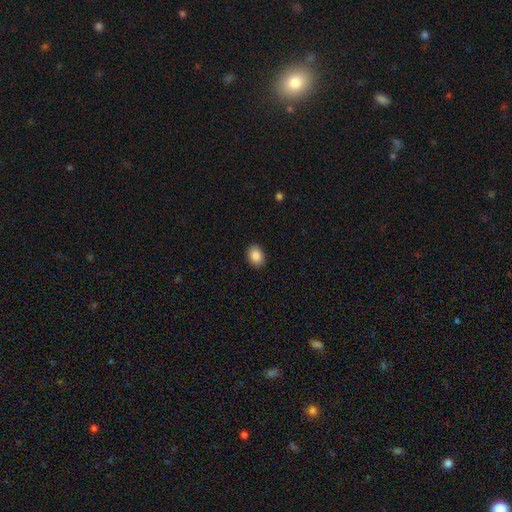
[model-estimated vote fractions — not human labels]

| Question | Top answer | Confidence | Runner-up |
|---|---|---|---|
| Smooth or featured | smooth | 87% | star or artifact (8%) |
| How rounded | in between | 65% | round (34%) |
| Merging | none | 90% | minor disturbance (7%) |